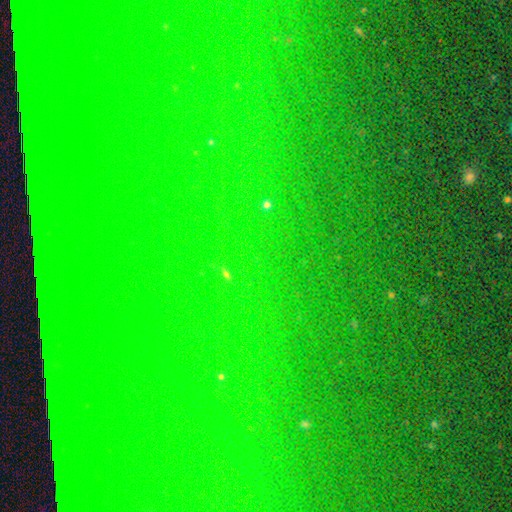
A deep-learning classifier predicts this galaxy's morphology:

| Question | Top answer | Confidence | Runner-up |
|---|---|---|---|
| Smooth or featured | star or artifact | 80% | smooth (12%) |